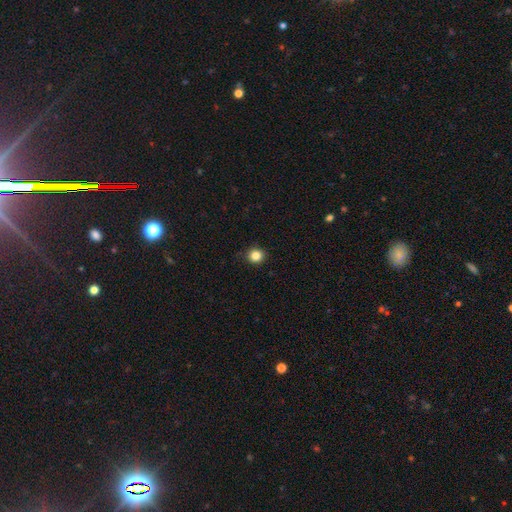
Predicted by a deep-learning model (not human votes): This appears to be a smooth galaxy with no disk features (85%) that is round (90%). Merging: none (90%).